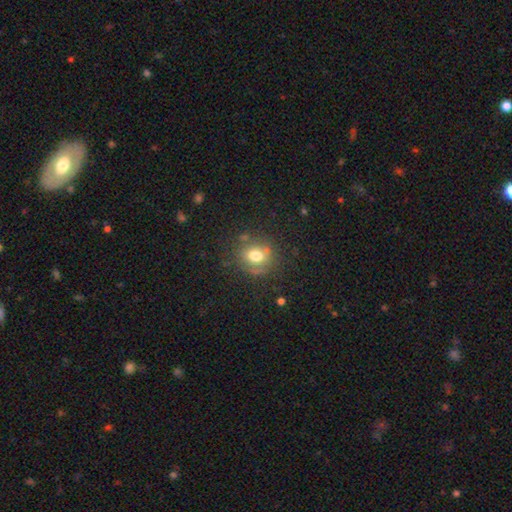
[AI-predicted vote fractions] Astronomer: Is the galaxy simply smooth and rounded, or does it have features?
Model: smooth — 70%.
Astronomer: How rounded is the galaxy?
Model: round — 74%.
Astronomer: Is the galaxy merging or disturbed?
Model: none — 73%.